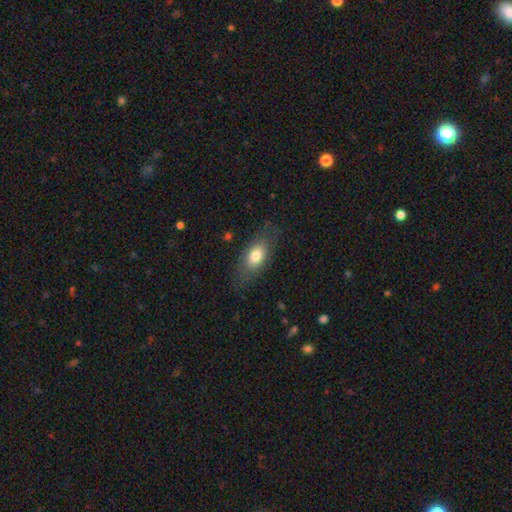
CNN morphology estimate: A smooth galaxy with no disk features (73%) that is in between round and cigar-shaped (83%).

Vote fractions:
- Smooth or featured? smooth: 73% / featured or disk: 20% / star or artifact: 7%
- How rounded? in between: 83% / cigar-shaped: 10% / round: 7%
- Merging? none: 75% / minor disturbance: 17% / major disturbance: 7% / merger: 1%